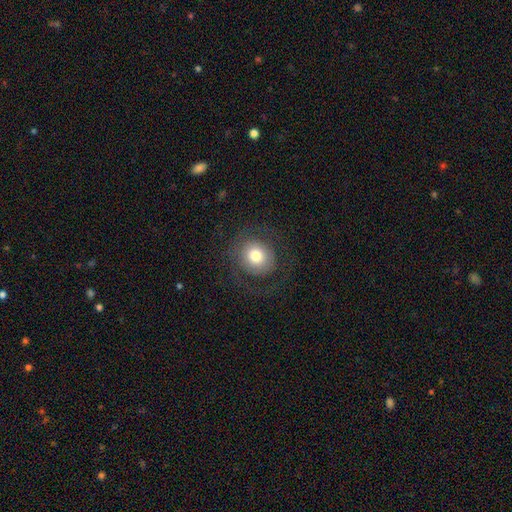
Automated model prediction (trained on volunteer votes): The model was most divided on "smooth or featured": smooth: 67%, featured or disk: 23%, star or artifact: 9%. More confident: how rounded — round (81%); merging — none (75%).